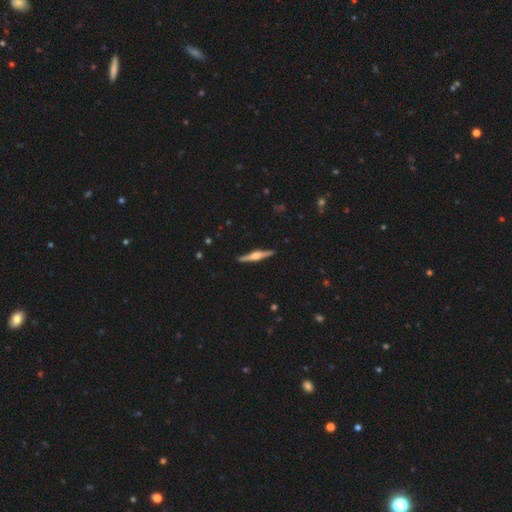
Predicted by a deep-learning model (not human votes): The model was most divided on "smooth or featured": featured or disk: 77%, smooth: 18%, star or artifact: 5%. More confident: edge-on disk — yes (98%); merging — none (92%); edge-on bulge — rounded (85%).